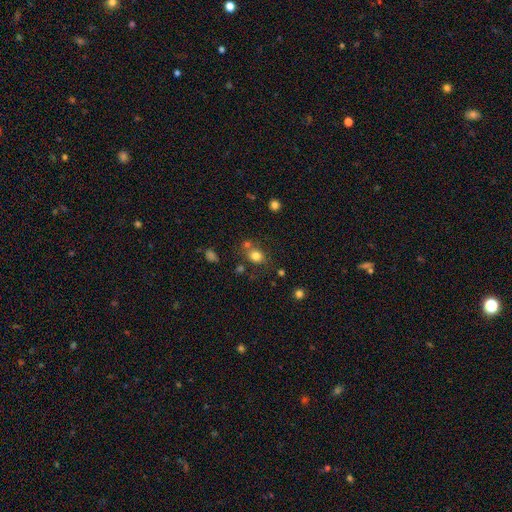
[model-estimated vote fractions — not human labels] smooth_or_featured: smooth (p=0.79) [alt: star or artifact p=0.13]
how_rounded: round (p=0.63) [alt: in between p=0.36]
merging: none (p=0.62) [alt: merger p=0.19]